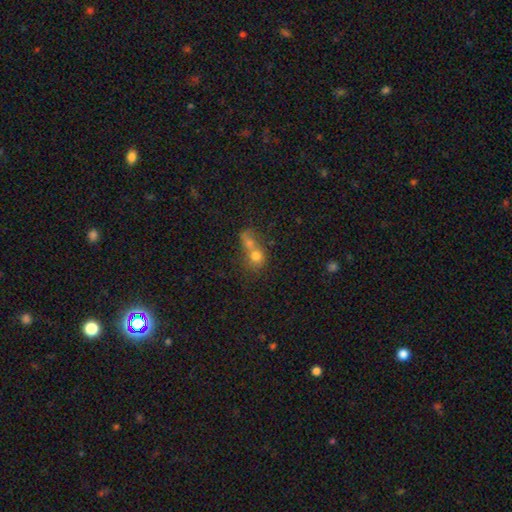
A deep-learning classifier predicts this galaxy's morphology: smooth_or_featured: smooth (p=0.70) [alt: featured or disk p=0.17]
how_rounded: round (p=0.66) [alt: in between p=0.31]
merging: merger (p=0.67) [alt: none p=0.20]